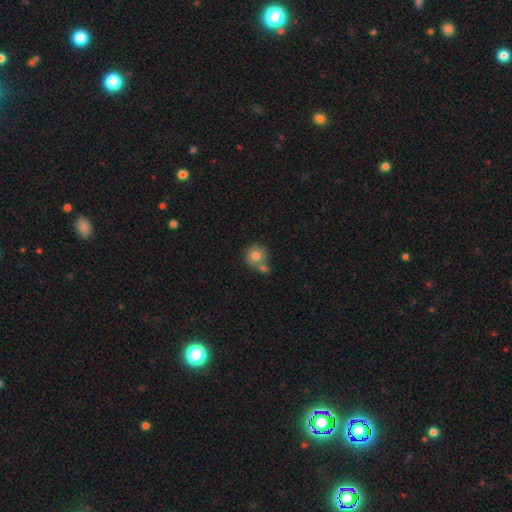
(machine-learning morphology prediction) smooth-or-featured: smooth: 77% | featured or disk: 13% | star or artifact: 10%
  how-rounded: round: 90% | in between: 9% | cigar-shaped: 1%
  merging: none: 48% | merger: 39% | minor disturbance: 10% | major disturbance: 3%